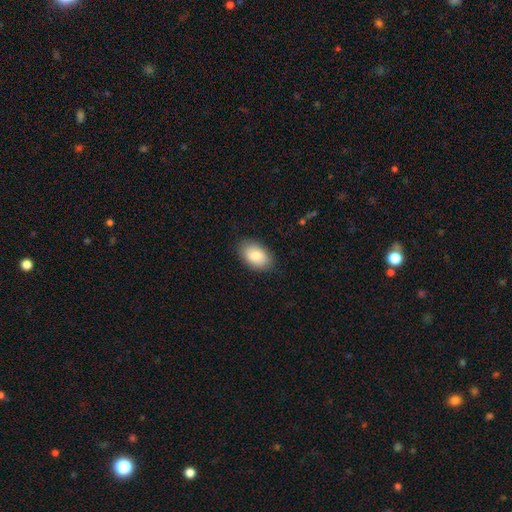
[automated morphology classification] smooth-or-featured: smooth: 83% | featured or disk: 11% | star or artifact: 6%
  how-rounded: in between: 92% | round: 7% | cigar-shaped: 1%
  merging: none: 85% | minor disturbance: 11% | major disturbance: 3% | merger: 1%